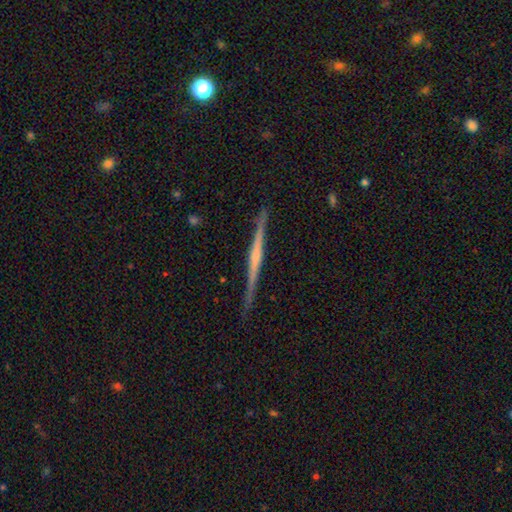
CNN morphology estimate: Smooth or featured? Predicted: featured or disk (p=0.74). Edge-on disk? Predicted: yes (p=0.98). Edge-on bulge? Predicted: none (p=0.40). Merging? Predicted: none (p=0.88).